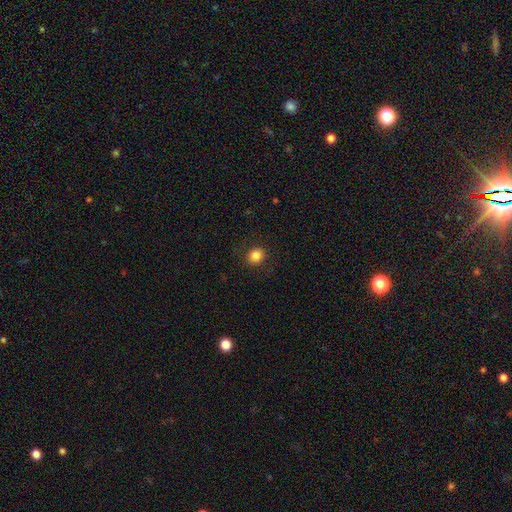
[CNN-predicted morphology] smooth_or_featured: smooth (p=0.85) [alt: star or artifact p=0.10]
how_rounded: round (p=0.68) [alt: in between p=0.31]
merging: none (p=0.88) [alt: minor disturbance p=0.08]